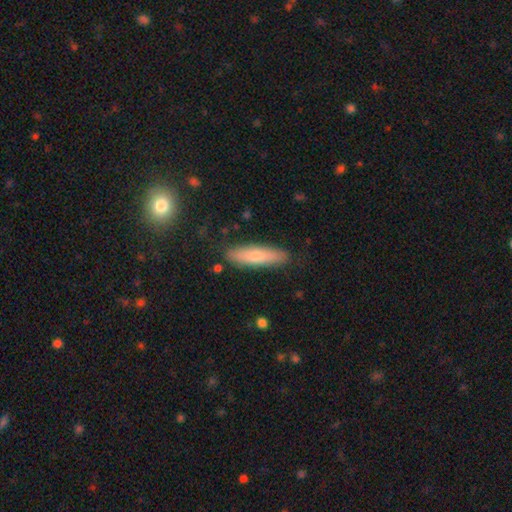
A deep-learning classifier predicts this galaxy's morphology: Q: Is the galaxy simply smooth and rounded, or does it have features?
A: smooth — 71%.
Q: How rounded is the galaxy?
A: cigar-shaped — 75%.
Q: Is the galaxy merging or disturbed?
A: none — 85%.